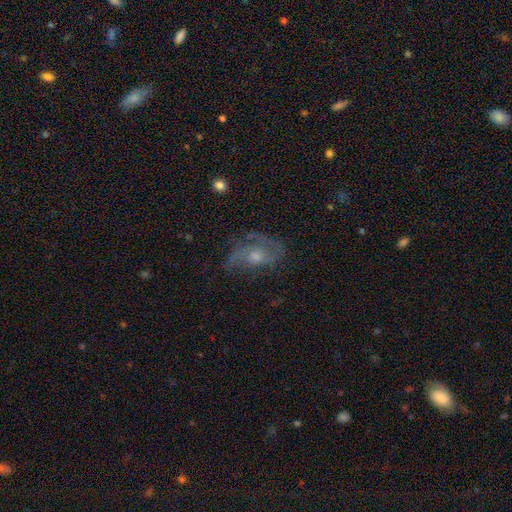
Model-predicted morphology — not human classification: This is likely a featured or disk galaxy (72%). It is clearly not viewed edge-on (95%). Bar: likely no (74%). Spiral arm pattern: clearly yes (86%). Spiral arm count: possibly 2 (51%). Spiral winding: marginally medium (44%). Central bulge: possibly moderate (48%). Merging: possibly none (58%).